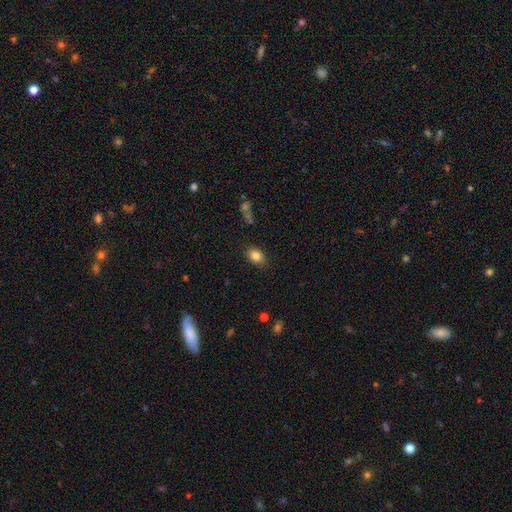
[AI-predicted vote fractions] A smooth galaxy with no disk features (84%) that is in between round and cigar-shaped (75%). Merging: none (83%).